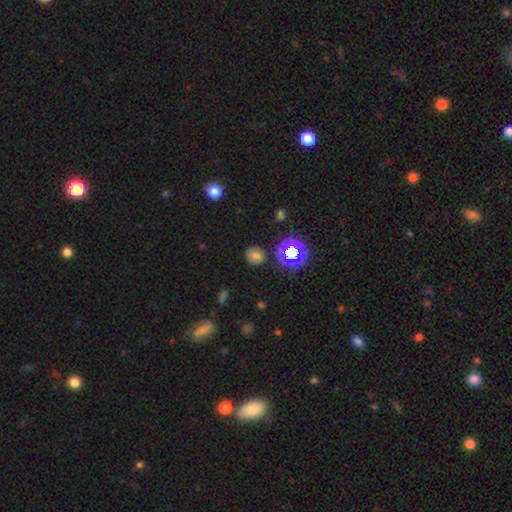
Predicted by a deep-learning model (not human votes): This appears to be a smooth galaxy with no disk features (66%) that is round (72%). Merging: none (83%).